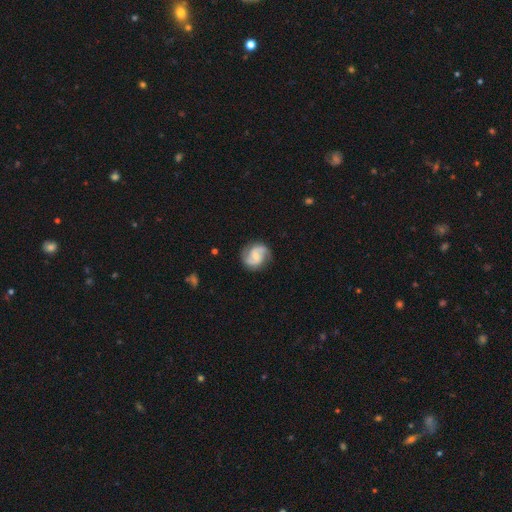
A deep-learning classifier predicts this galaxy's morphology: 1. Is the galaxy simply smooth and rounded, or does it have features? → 79% featured or disk, 16% smooth, 6% star or artifact.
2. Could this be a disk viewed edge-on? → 98% no, 2% yes.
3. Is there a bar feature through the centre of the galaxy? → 50% no, 40% weak, 10% strong.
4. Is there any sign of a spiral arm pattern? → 95% yes, 5% no.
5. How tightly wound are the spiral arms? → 49% medium, 26% tight, 25% loose.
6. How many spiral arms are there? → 88% 2, 5% can't tell, 3% 3, 2% 1, 1% 4, 1% more than 4.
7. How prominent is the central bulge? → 54% small, 38% moderate, 5% none, 2% large, 1% dominant.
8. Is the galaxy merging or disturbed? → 80% none, 14% minor disturbance, 4% major disturbance, 1% merger.